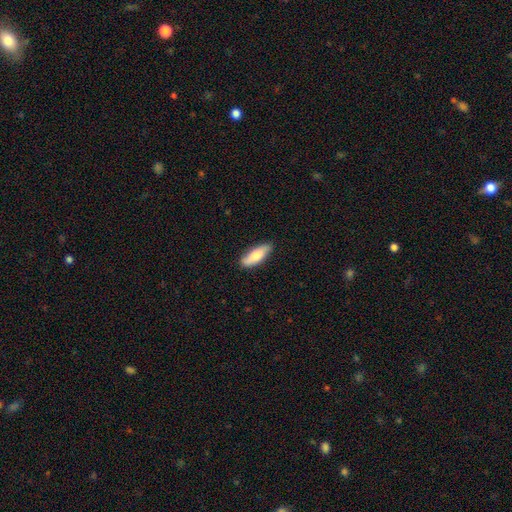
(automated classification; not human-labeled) The model was most divided on "how rounded": in between: 61%, cigar-shaped: 37%, round: 2%. More confident: merging — none (86%); smooth or featured — smooth (76%).